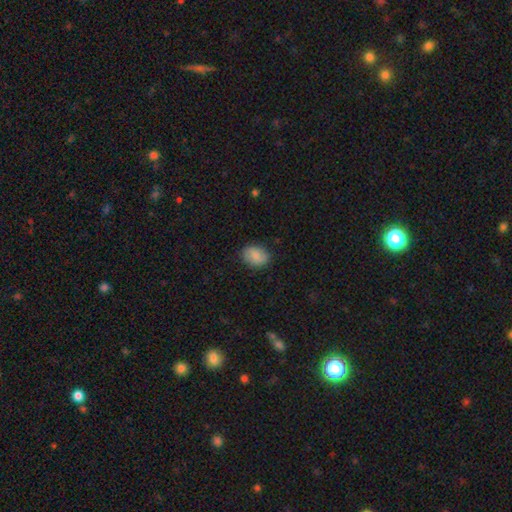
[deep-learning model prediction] smooth 78%, featured or disk 15%, star or artifact 7%. Down the decision tree: how rounded — in between (67%); merging — none (83%).